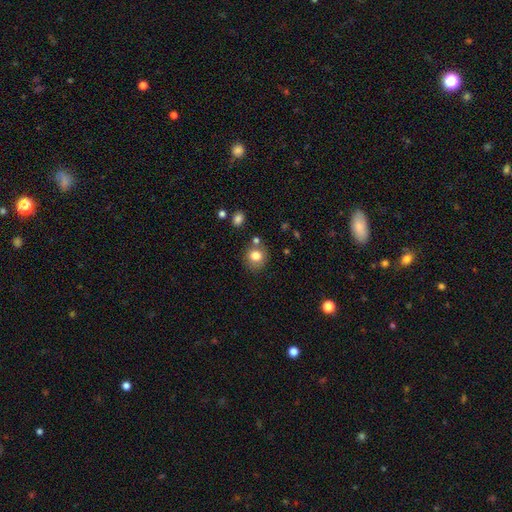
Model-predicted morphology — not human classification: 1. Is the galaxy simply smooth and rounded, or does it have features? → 80% smooth, 11% star or artifact, 9% featured or disk.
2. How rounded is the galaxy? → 82% round, 17% in between, 1% cigar-shaped.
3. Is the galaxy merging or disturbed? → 75% none, 12% minor disturbance, 10% merger, 4% major disturbance.